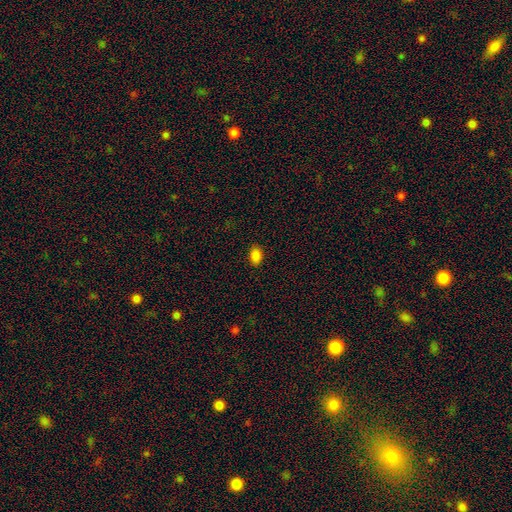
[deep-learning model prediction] Overall: smooth (86%). How rounded: in between (85%). Merging: none (88%).